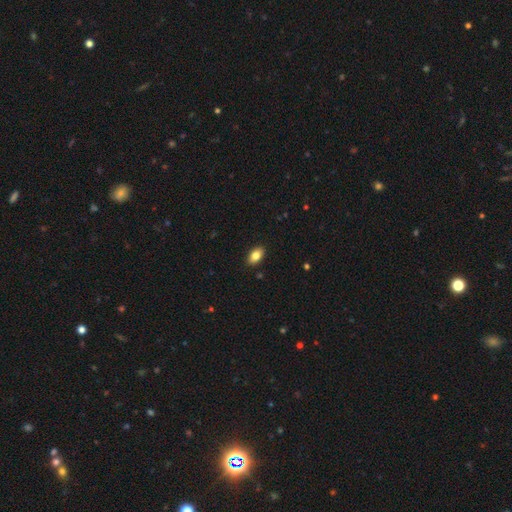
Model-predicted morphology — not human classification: Overall: smooth (83%). How rounded: in between (91%). Merging: none (89%).